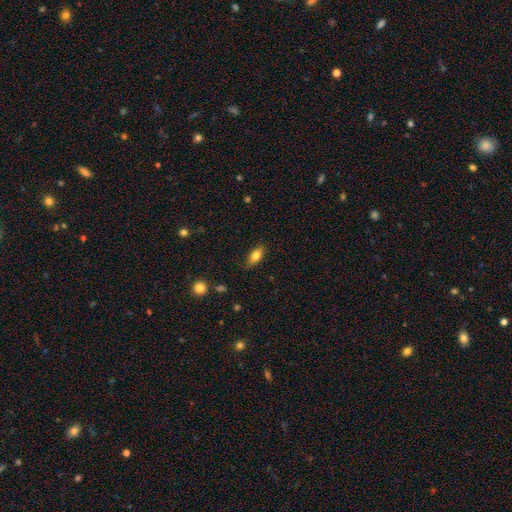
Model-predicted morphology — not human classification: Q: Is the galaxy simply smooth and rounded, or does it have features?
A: smooth — 78%.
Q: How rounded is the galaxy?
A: in between — 84%.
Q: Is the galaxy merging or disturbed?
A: none — 82%.